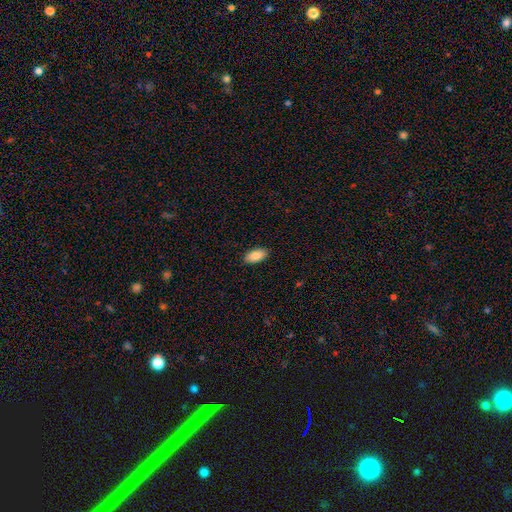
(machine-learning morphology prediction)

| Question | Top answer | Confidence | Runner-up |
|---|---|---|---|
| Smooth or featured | smooth | 89% | star or artifact (6%) |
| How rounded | in between | 92% | cigar-shaped (6%) |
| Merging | none | 90% | minor disturbance (8%) |